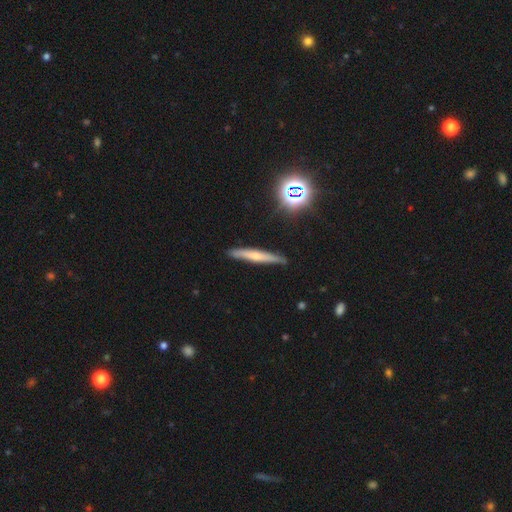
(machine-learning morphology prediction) Smooth or featured?
  - featured or disk: 46% *
  - smooth: 44%
  - star or artifact: 9%
Merging?
  - none: 87% *
  - minor disturbance: 10%
  - major disturbance: 2%
  - merger: 2%